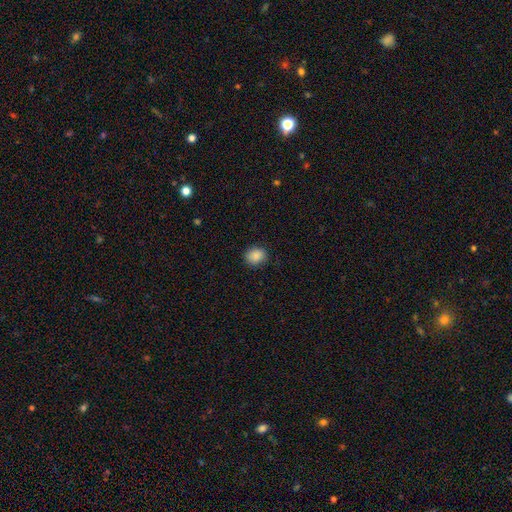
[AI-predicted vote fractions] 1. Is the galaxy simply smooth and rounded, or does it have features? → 88% smooth, 9% star or artifact, 3% featured or disk.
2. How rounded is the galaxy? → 69% round, 30% in between, 1% cigar-shaped.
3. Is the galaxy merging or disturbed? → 86% none, 11% minor disturbance, 3% major disturbance, 1% merger.